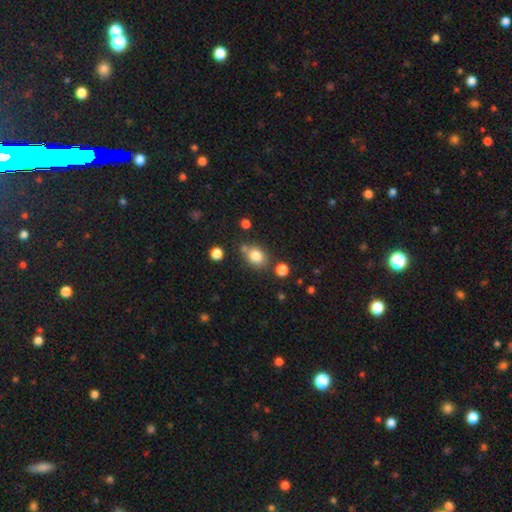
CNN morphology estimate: smooth-or-featured: smooth: 82% | star or artifact: 11% | featured or disk: 8%
  how-rounded: in between: 51% | round: 48% | cigar-shaped: 1%
  merging: none: 64% | minor disturbance: 16% | merger: 15% | major disturbance: 5%